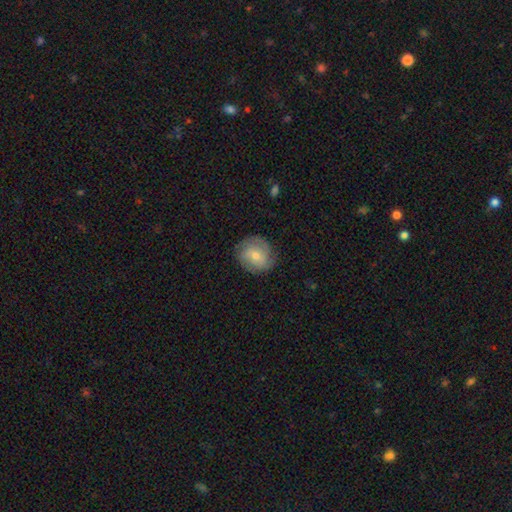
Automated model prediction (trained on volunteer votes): This is possibly a featured or disk galaxy (52%). It is clearly not viewed edge-on (97%). Merging: clearly none (80%).